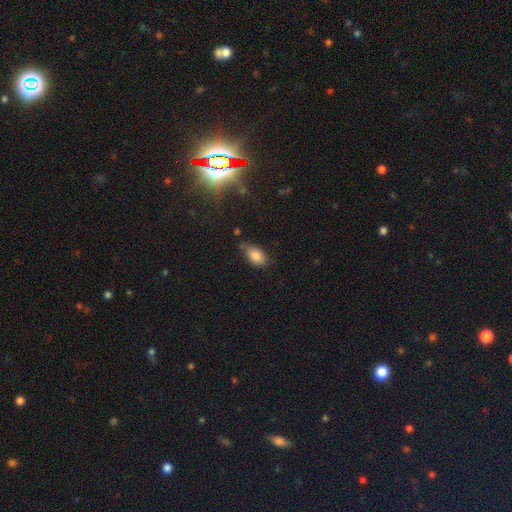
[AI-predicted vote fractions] Smooth or featured? Predicted: smooth (p=0.84). How rounded? Predicted: in between (p=0.91). Merging? Predicted: none (p=0.60).